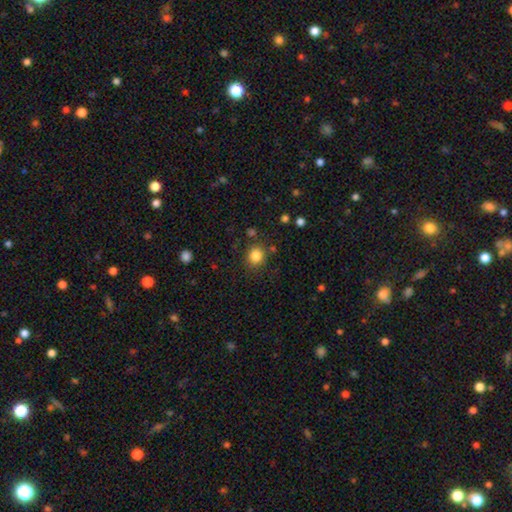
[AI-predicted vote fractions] Overall: smooth (84%). How rounded: round (85%). Merging: none (83%).